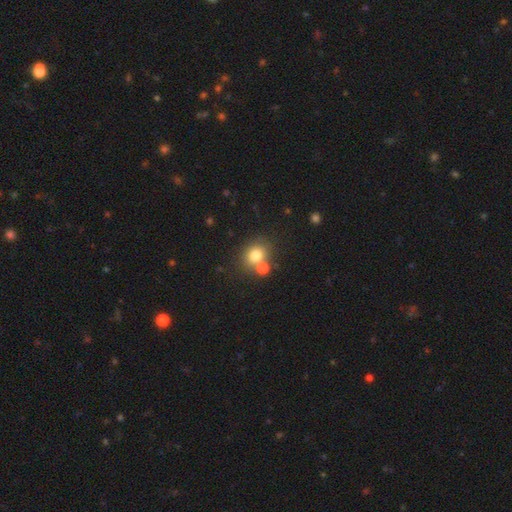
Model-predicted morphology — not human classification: smooth-or-featured: smooth: 77% | star or artifact: 13% | featured or disk: 11%
  how-rounded: round: 68% | in between: 31% | cigar-shaped: 1%
  merging: none: 57% | merger: 30% | minor disturbance: 9% | major disturbance: 3%